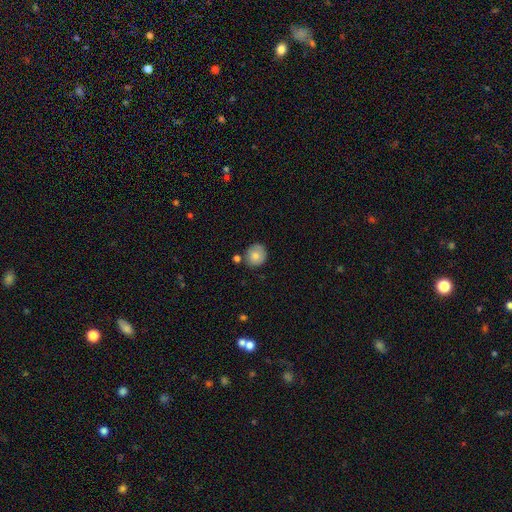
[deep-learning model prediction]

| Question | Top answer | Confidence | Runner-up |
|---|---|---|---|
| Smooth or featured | smooth | 81% | featured or disk (11%) |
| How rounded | round | 81% | in between (18%) |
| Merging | none | 75% | minor disturbance (15%) |